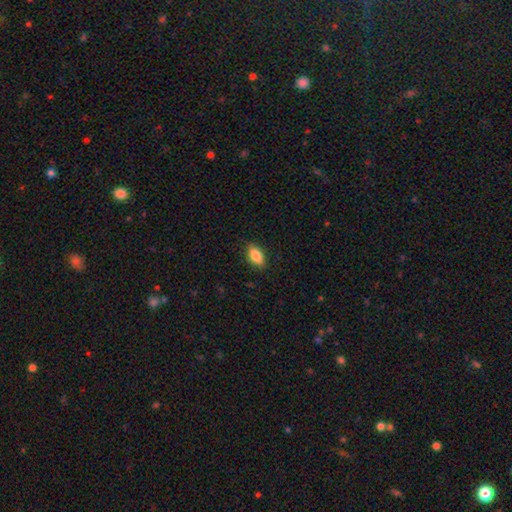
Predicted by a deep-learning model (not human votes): Overall: smooth (85%). How rounded: in between (89%). Merging: none (86%).